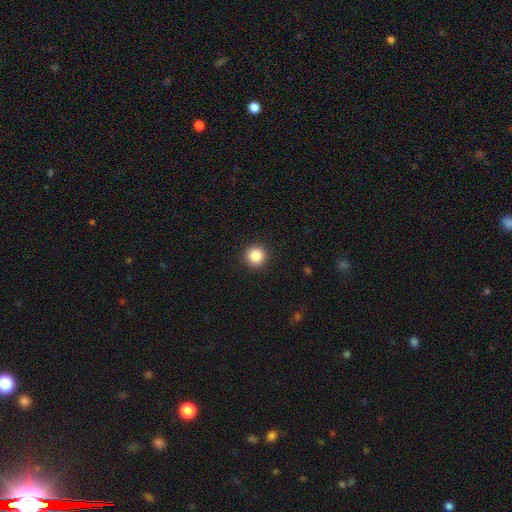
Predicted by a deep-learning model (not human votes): Q: Smooth or featured?
A: smooth (86%); runner-up: star or artifact (10%)
Q: How rounded?
A: round (96%); runner-up: in between (3%)
Q: Merging?
A: none (93%); runner-up: minor disturbance (5%)